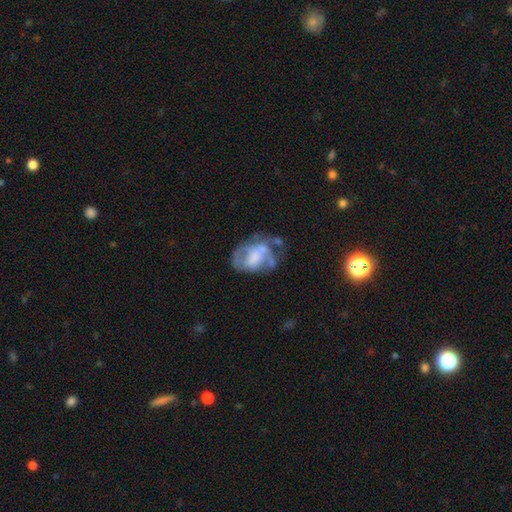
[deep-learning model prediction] A featured or disk galaxy (64%) with no bar (66%), spiral arms (55%) and no central bulge (29%).

Vote fractions:
- Smooth or featured? featured or disk: 64% / smooth: 28% / star or artifact: 8%
- Edge-on disk? no: 97% / yes: 3%
- Bar? no: 66% / weak: 26% / strong: 8%
- Spiral arms? yes: 55% / no: 45%
- Bulge size? none: 29% / moderate: 28% / large: 23% / small: 17% / dominant: 3%
- Merging? none: 37% / major disturbance: 29% / minor disturbance: 25% / merger: 9%